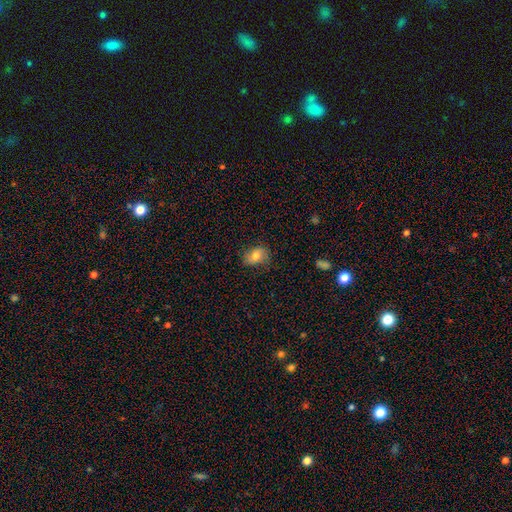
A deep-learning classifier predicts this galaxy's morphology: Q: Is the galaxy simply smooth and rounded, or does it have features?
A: smooth — 68%.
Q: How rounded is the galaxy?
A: in between — 75%.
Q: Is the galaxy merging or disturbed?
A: none — 73%.